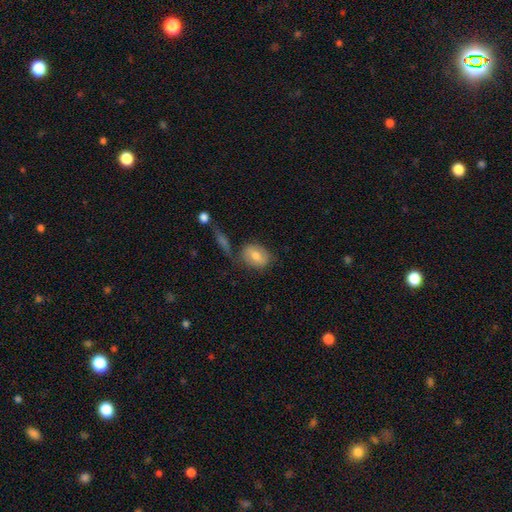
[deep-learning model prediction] Smooth or featured? Predicted: smooth (p=0.67). How rounded? Predicted: in between (p=0.68). Merging? Predicted: none (p=0.67).